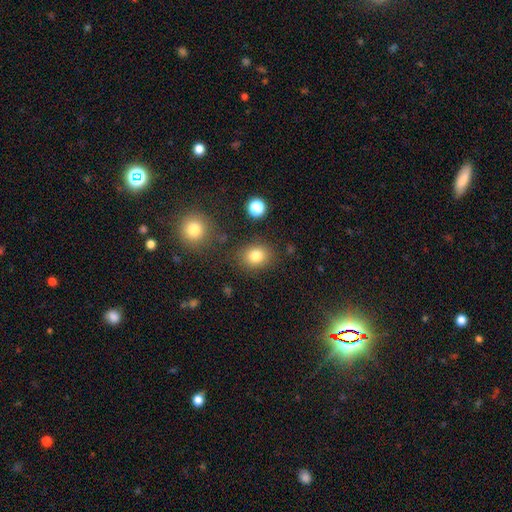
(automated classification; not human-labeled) Smooth or featured: smooth — 81% (star or artifact — 12%)
How rounded: round — 63% (in between — 36%)
Merging: none — 82% (minor disturbance — 10%)